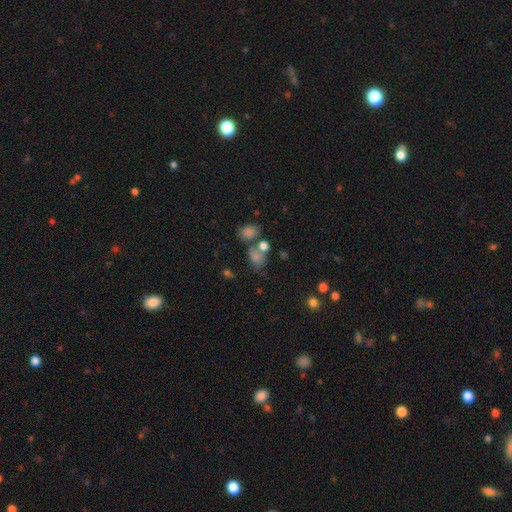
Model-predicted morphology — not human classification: Smooth or featured?
  - smooth: 53% *
  - star or artifact: 31%
  - featured or disk: 16%
How rounded?
  - in between: 54% *
  - round: 43%
  - cigar-shaped: 3%
Merging?
  - none: 48% *
  - merger: 31%
  - minor disturbance: 13%
  - major disturbance: 8%